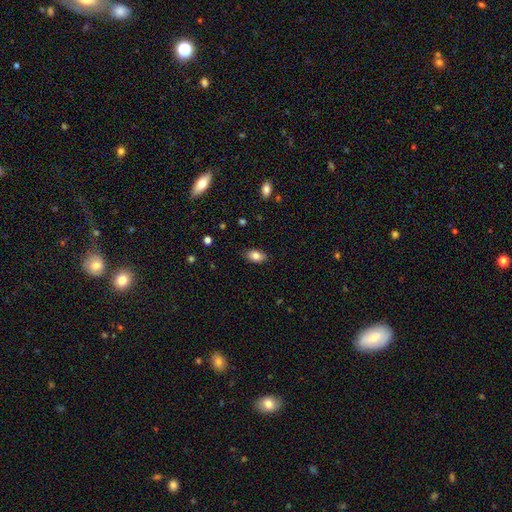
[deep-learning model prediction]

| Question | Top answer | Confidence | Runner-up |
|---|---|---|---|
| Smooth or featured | smooth | 83% | featured or disk (9%) |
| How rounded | in between | 90% | round (7%) |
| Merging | none | 86% | minor disturbance (11%) |